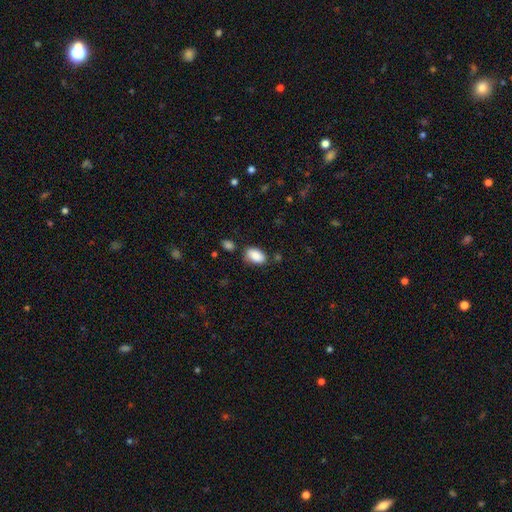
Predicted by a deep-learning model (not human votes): Smooth or featured?
  - smooth: 87% *
  - star or artifact: 7%
  - featured or disk: 5%
How rounded?
  - in between: 92% *
  - round: 6%
  - cigar-shaped: 2%
Merging?
  - none: 73% *
  - minor disturbance: 18%
  - merger: 5%
  - major disturbance: 4%